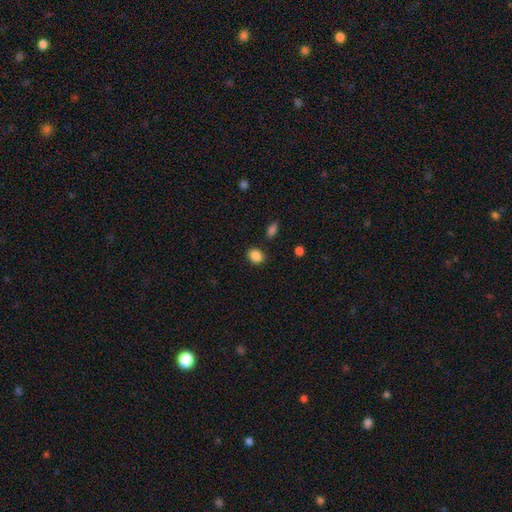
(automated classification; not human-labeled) smooth-or-featured: smooth: 87% | star or artifact: 9% | featured or disk: 3%
  how-rounded: round: 55% | in between: 44% | cigar-shaped: 1%
  merging: none: 84% | minor disturbance: 10% | merger: 3% | major disturbance: 3%